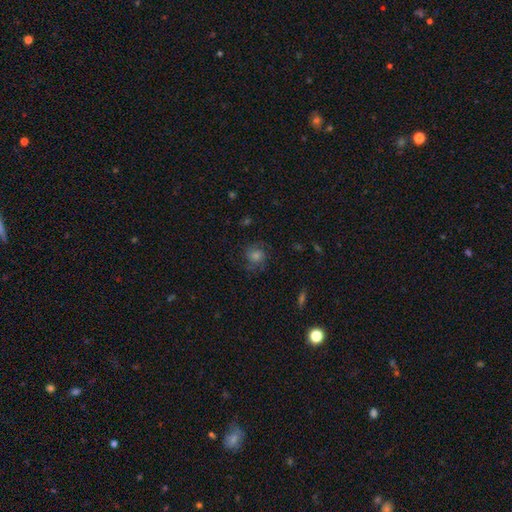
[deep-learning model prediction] Overall: featured or disk (44%; smooth 33%). Merging: none (75%).